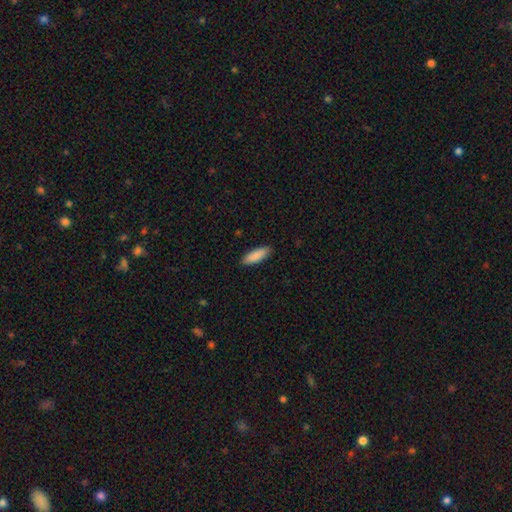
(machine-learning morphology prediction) A smooth galaxy with no disk features (89%) that is in between round and cigar-shaped (59%).

Vote fractions:
- Smooth or featured? smooth: 89% / star or artifact: 5% / featured or disk: 5%
- How rounded? in between: 59% / cigar-shaped: 40% / round: 2%
- Merging? none: 89% / minor disturbance: 8% / major disturbance: 2% / merger: 1%